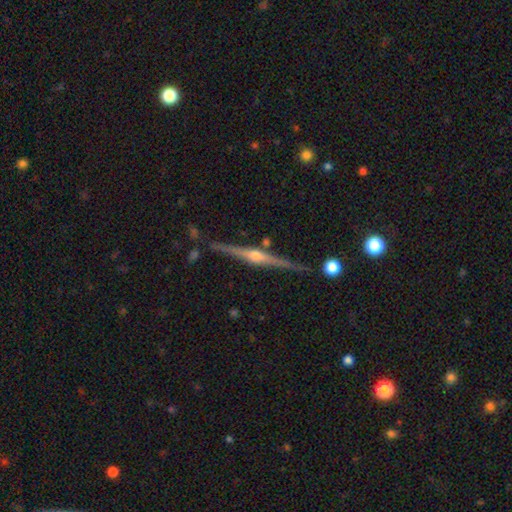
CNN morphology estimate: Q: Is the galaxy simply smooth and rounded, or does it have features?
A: featured or disk — 86%.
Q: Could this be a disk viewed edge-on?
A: yes — 98%.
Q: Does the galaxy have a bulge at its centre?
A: rounded — 92%.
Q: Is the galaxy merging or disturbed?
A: none — 85%.